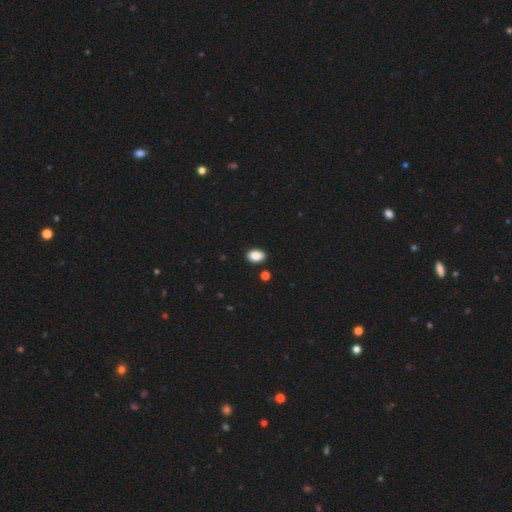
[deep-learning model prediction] Overall: smooth (88%). How rounded: in between (85%). Merging: none (88%).